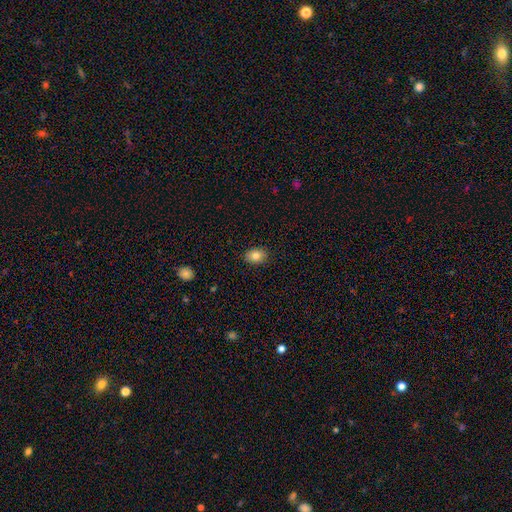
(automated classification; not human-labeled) smooth 83%, star or artifact 9%, featured or disk 8%. Down the decision tree: how rounded — in between (69%); merging — none (89%).